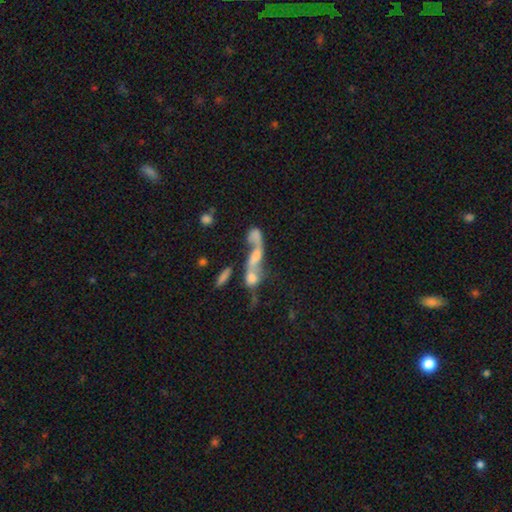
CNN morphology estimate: This appears to be a featured or disk galaxy (49%). Merging: merger (66%).